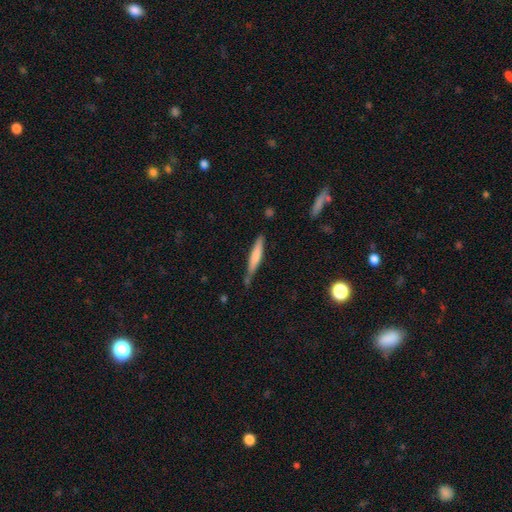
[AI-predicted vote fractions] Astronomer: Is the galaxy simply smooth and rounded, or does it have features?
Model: smooth — 66%.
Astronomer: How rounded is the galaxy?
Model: cigar-shaped — 92%.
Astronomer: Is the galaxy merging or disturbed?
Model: none — 65%.